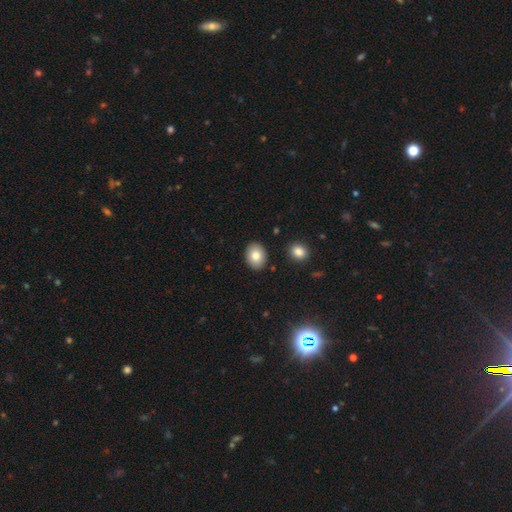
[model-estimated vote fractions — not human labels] This appears to be a smooth galaxy with no disk features (82%) that is in between round and cigar-shaped (64%). Merging: none (89%).